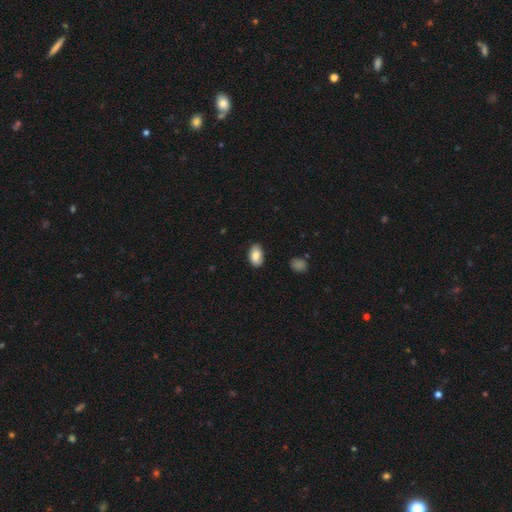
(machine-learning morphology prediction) Smooth or featured? smooth (84%)
How rounded? in between (92%)
Merging? none (82%)